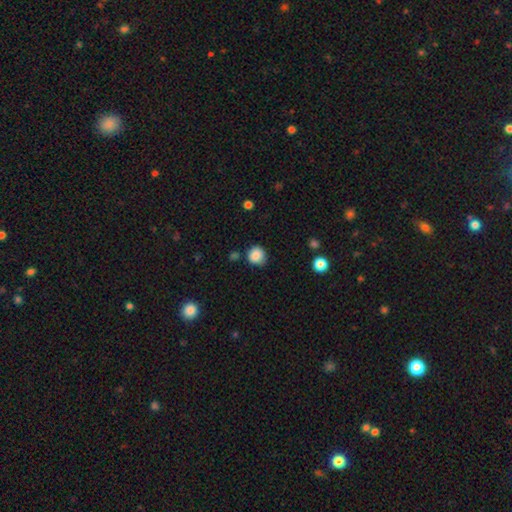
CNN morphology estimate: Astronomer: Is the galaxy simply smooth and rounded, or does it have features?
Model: smooth — 86%.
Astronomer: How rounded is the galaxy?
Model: round — 87%.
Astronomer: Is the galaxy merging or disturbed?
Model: none — 76%.